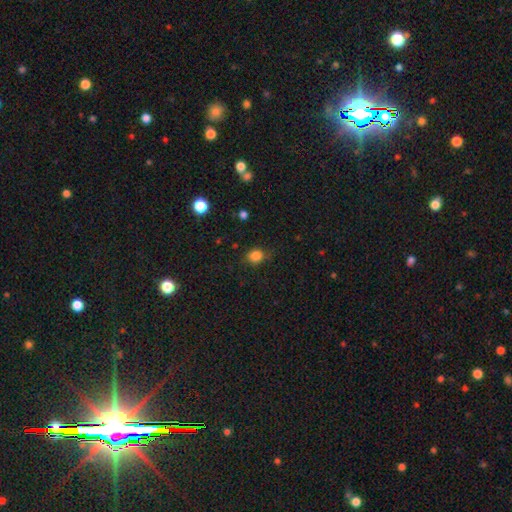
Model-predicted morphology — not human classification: smooth_or_featured: smooth (p=0.83) [alt: star or artifact p=0.12]
how_rounded: round (p=0.65) [alt: in between p=0.33]
merging: none (p=0.75) [alt: minor disturbance p=0.18]